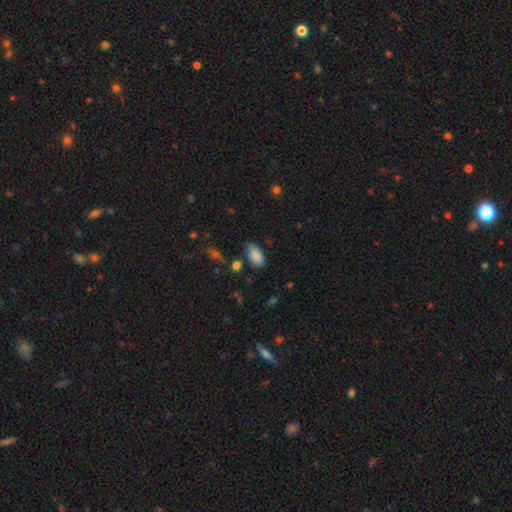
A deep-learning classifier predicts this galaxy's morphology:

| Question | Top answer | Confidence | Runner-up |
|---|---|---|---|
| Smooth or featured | smooth | 84% | featured or disk (8%) |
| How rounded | in between | 94% | round (4%) |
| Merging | none | 63% | minor disturbance (27%) |